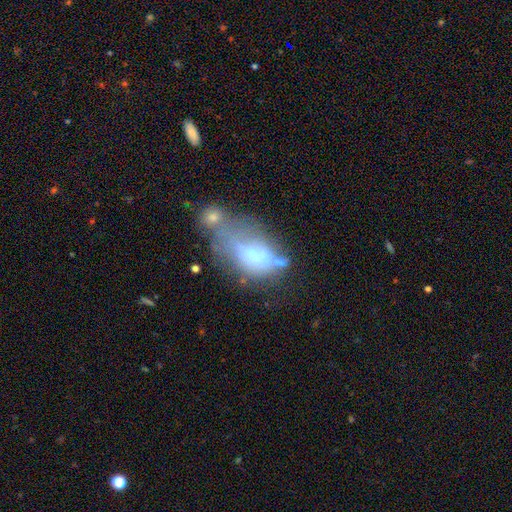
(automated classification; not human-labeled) smooth-or-featured: featured or disk: 44% | smooth: 43% | star or artifact: 13%
  merging: merger: 40% | major disturbance: 30% | none: 15% | minor disturbance: 14%